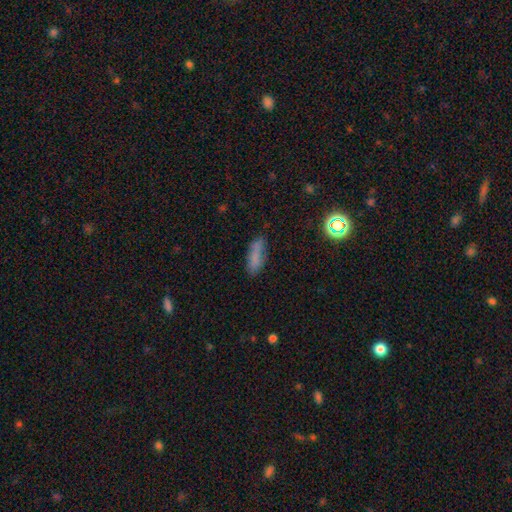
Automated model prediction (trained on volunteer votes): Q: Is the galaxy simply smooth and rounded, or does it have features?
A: smooth — 77%.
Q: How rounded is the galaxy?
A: cigar-shaped — 52%.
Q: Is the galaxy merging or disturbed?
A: none — 71%.